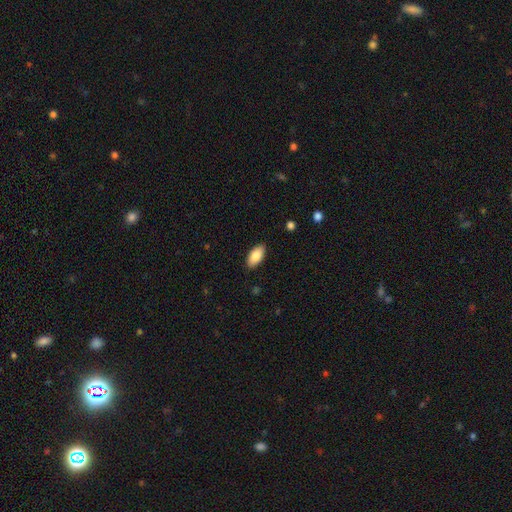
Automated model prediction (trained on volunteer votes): A smooth galaxy with no disk features (86%) that is in between round and cigar-shaped (92%). Merging: none (88%).